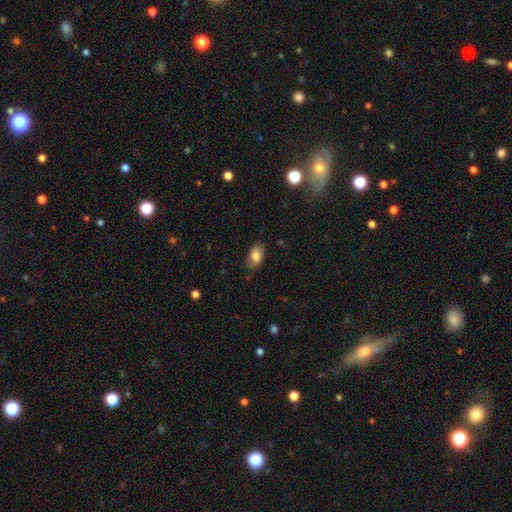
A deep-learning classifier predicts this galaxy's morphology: Smooth or featured? Predicted: smooth (p=0.79). How rounded? Predicted: in between (p=0.92). Merging? Predicted: none (p=0.79).